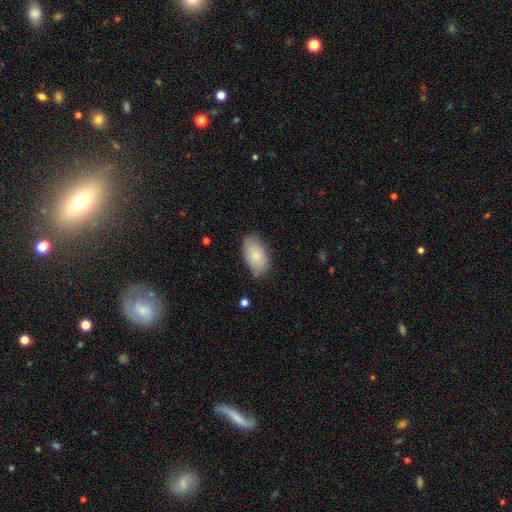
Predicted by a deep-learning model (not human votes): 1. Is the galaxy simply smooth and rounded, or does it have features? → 80% smooth, 13% featured or disk, 7% star or artifact.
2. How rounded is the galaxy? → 94% in between, 4% round, 2% cigar-shaped.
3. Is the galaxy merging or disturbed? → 80% none, 15% minor disturbance, 3% major disturbance, 1% merger.